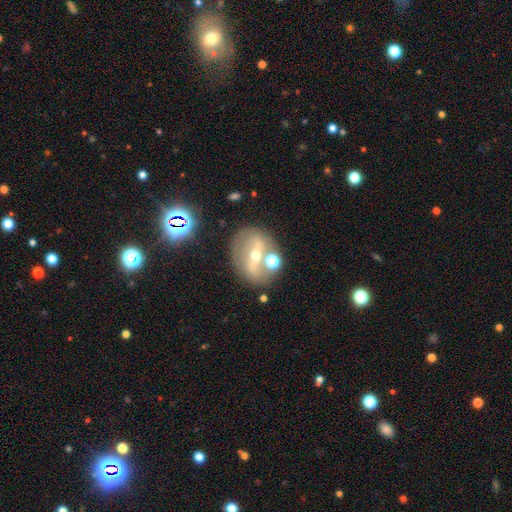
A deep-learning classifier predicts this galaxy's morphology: type=featured or disk (67%); edge-on=no (88%); bar=strong (59%); spiral arms=no (59%); bulge=moderate (54%); merging=none (71%).